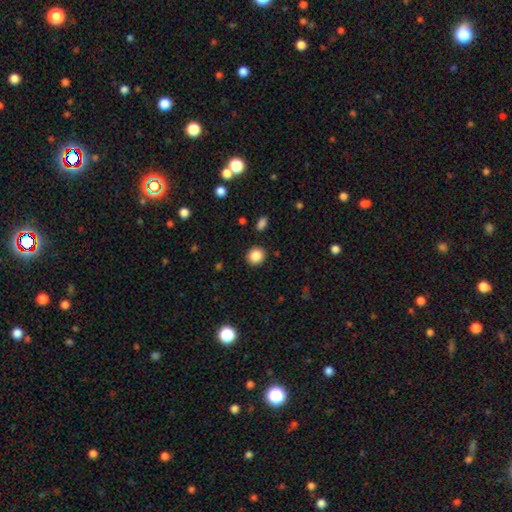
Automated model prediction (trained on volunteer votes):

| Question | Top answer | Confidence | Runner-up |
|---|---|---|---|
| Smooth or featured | smooth | 86% | star or artifact (10%) |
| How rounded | round | 85% | in between (14%) |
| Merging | none | 91% | minor disturbance (6%) |